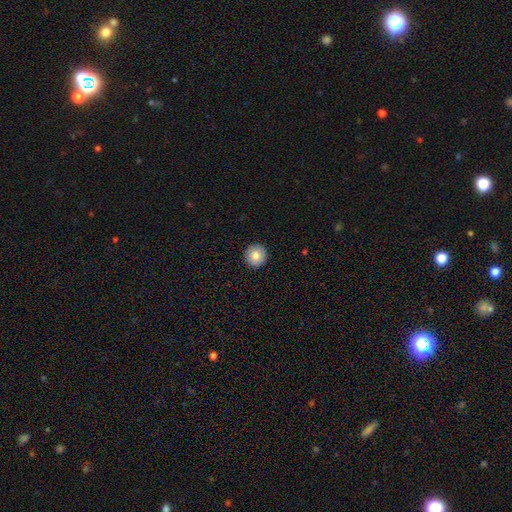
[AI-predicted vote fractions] This appears to be a smooth galaxy with no disk features (84%) that is round (96%). Merging: none (93%).